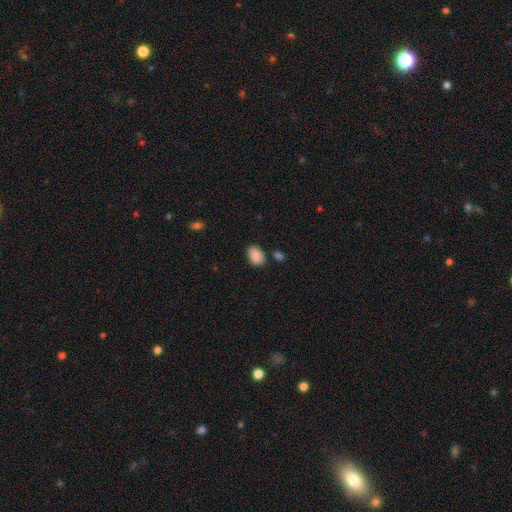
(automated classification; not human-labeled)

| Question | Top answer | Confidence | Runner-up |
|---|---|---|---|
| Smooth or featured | smooth | 89% | star or artifact (7%) |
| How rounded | in between | 85% | round (14%) |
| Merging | none | 80% | minor disturbance (12%) |